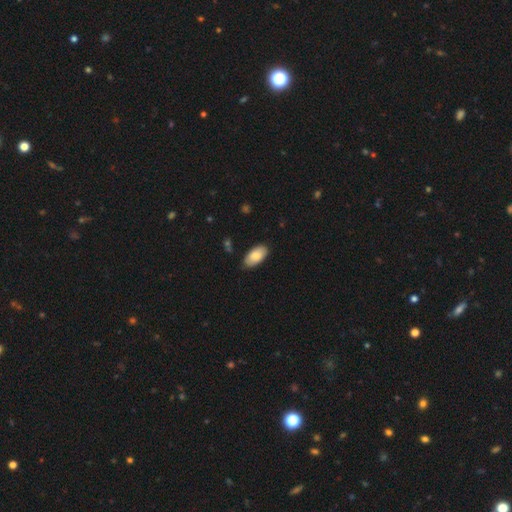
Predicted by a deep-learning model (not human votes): The model was most divided on "merging": none: 82%, minor disturbance: 15%, major disturbance: 2%, merger: 1%. More confident: how rounded — in between (95%); smooth or featured — smooth (83%).